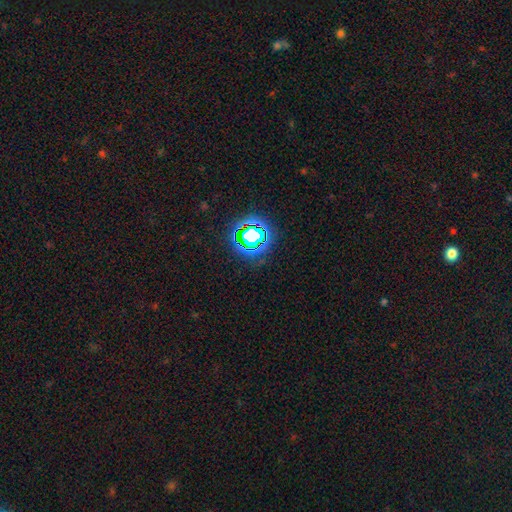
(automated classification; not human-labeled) A star or artifact, not a galaxy (79%).

Vote fractions:
- Smooth or featured? star or artifact: 79% / smooth: 14% / featured or disk: 7%